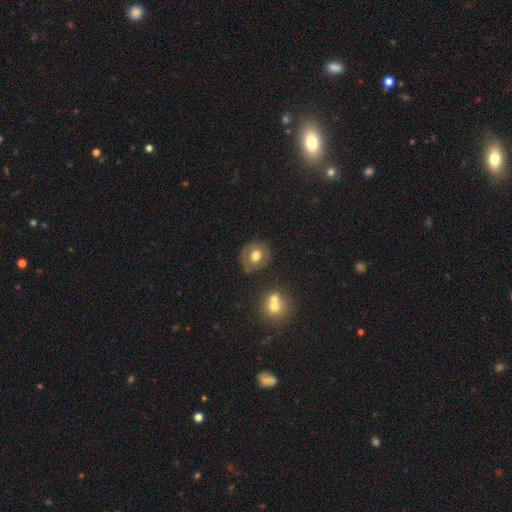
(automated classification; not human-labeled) smooth-or-featured: smooth: 59% | featured or disk: 32% | star or artifact: 9%
  how-rounded: round: 67% | in between: 32% | cigar-shaped: 1%
  merging: none: 76% | minor disturbance: 14% | merger: 5% | major disturbance: 5%